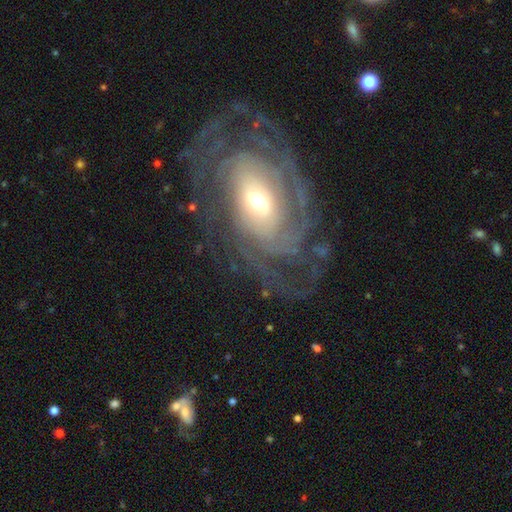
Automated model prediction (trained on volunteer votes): Q: Smooth or featured?
A: featured or disk (86%); runner-up: smooth (8%)
Q: Edge-on disk?
A: no (95%); runner-up: yes (5%)
Q: Bar?
A: no (56%); runner-up: weak (29%)
Q: Spiral arms?
A: yes (93%); runner-up: no (7%)
Q: Spiral winding?
A: tight (70%); runner-up: medium (23%)
Q: Spiral arm count?
A: can't tell (39%); runner-up: 2 (15%)
Q: Bulge size?
A: small (45%); runner-up: moderate (44%)
Q: Merging?
A: none (73%); runner-up: minor disturbance (15%)